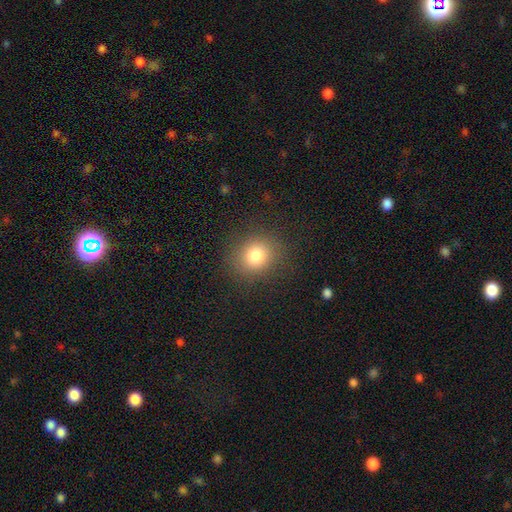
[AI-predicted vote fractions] Overall: smooth (80%). How rounded: round (79%). Merging: none (86%).